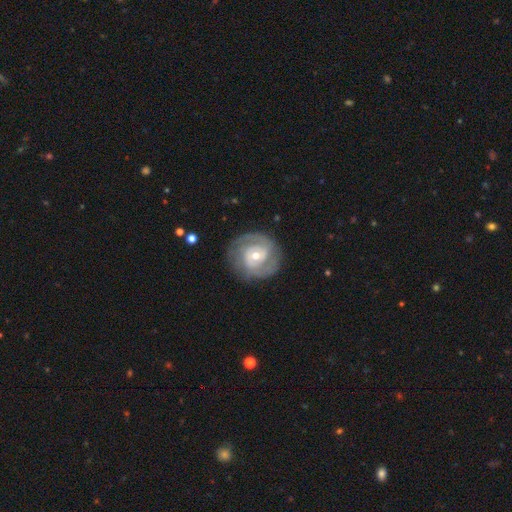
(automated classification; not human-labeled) A featured or disk galaxy (78%) with no bar (59%), 2 (59%) tight (58%) spiral arms (87%) and a moderate central bulge (61%).

Vote fractions:
- Smooth or featured? featured or disk: 78% / smooth: 17% / star or artifact: 5%
- Edge-on disk? no: 97% / yes: 3%
- Bar? no: 59% / weak: 32% / strong: 9%
- Spiral arms? yes: 87% / no: 13%
- Spiral winding? tight: 58% / medium: 32% / loose: 10%
- Spiral arm count? 2: 59% / can't tell: 20% / 3: 10% / 1: 5% / 4: 3% / more than 4: 3%
- Bulge size? moderate: 61% / small: 33% / large: 4% / none: 1% / dominant: 1%
- Merging? none: 78% / minor disturbance: 14% / major disturbance: 7% / merger: 1%